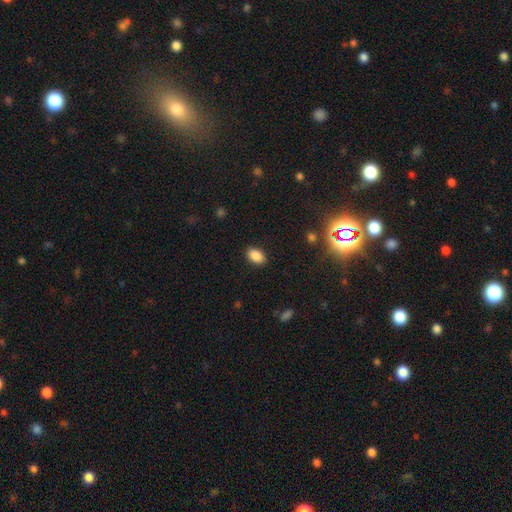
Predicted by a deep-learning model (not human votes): Q: Smooth or featured?
A: smooth (87%); runner-up: star or artifact (9%)
Q: How rounded?
A: in between (91%); runner-up: round (8%)
Q: Merging?
A: none (88%); runner-up: minor disturbance (8%)